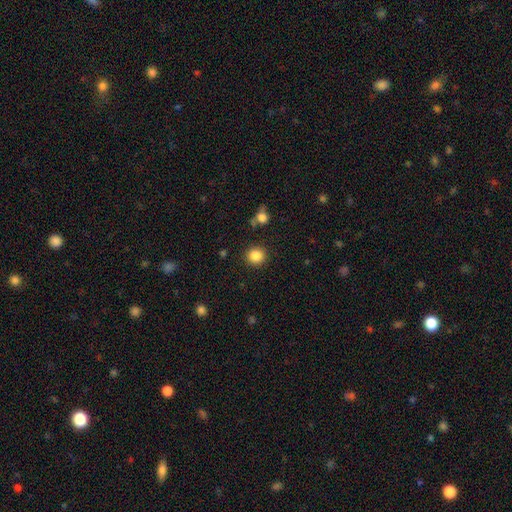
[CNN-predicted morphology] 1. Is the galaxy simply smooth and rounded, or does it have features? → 86% smooth, 10% star or artifact, 4% featured or disk.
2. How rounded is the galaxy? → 89% round, 10% in between, 1% cigar-shaped.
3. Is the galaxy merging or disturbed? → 88% none, 7% minor disturbance, 3% major disturbance, 2% merger.